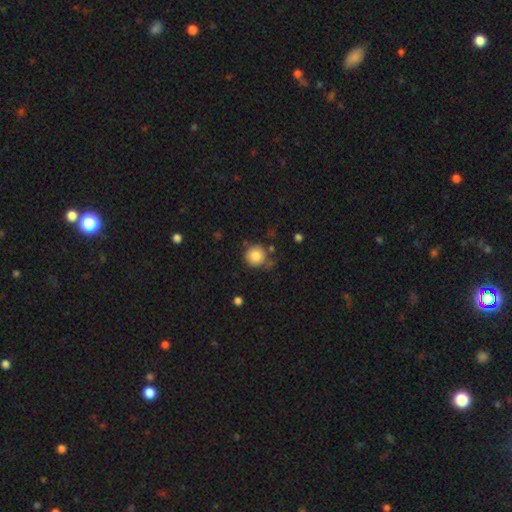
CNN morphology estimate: type=smooth (84%); roundness=round (93%); merging=none (71%).